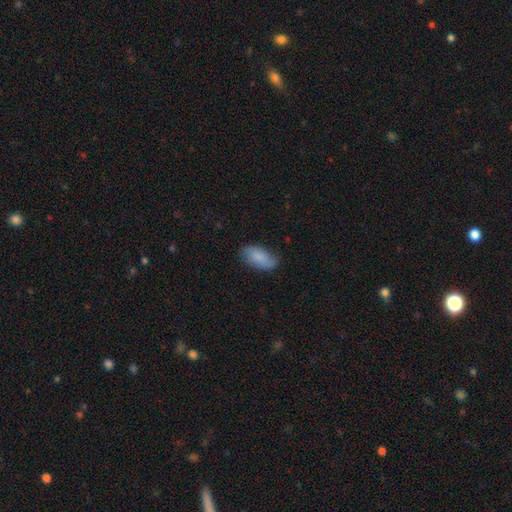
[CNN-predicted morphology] Q: Smooth or featured?
A: smooth (78%); runner-up: featured or disk (15%)
Q: How rounded?
A: in between (91%); runner-up: cigar-shaped (6%)
Q: Merging?
A: none (79%); runner-up: minor disturbance (16%)